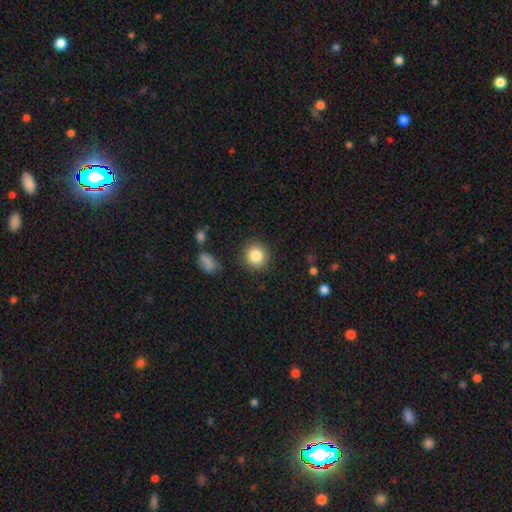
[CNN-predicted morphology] A smooth galaxy with no disk features (85%) that is round (89%). Merging: none (88%).